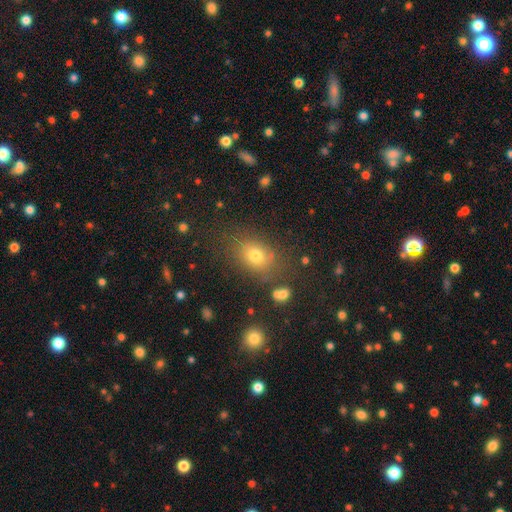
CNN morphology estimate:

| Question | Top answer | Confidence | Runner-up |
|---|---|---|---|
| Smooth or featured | smooth | 71% | star or artifact (18%) |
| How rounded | in between | 64% | round (34%) |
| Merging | none | 77% | minor disturbance (13%) |